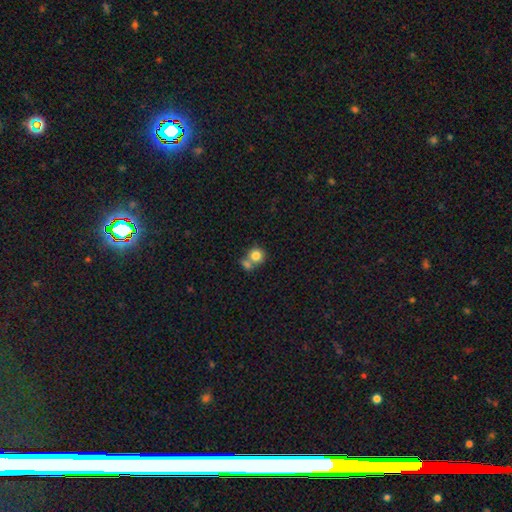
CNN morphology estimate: A smooth galaxy with no disk features (80%) that is round (85%).

Vote fractions:
- Smooth or featured? smooth: 80% / featured or disk: 10% / star or artifact: 9%
- How rounded? round: 85% / in between: 14% / cigar-shaped: 1%
- Merging? merger: 47% / none: 41% / minor disturbance: 8% / major disturbance: 4%